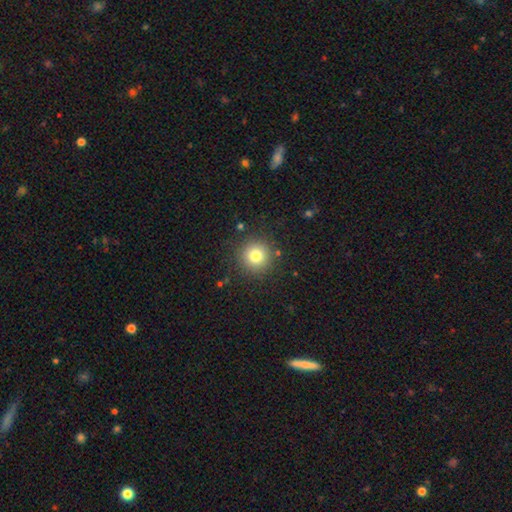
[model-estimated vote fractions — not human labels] smooth_or_featured: smooth (p=0.78) [alt: star or artifact p=0.13]
how_rounded: round (p=0.95) [alt: in between p=0.04]
merging: none (p=0.89) [alt: minor disturbance p=0.07]